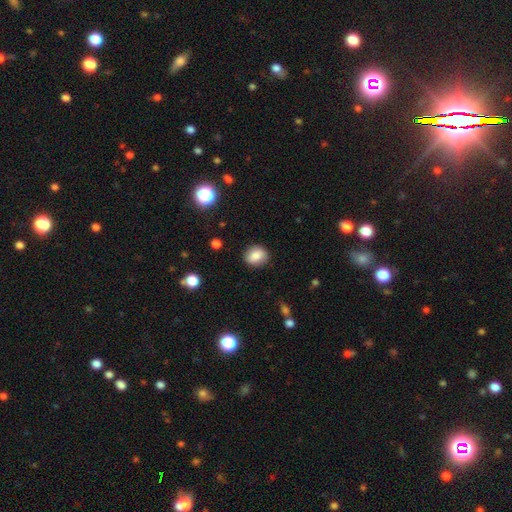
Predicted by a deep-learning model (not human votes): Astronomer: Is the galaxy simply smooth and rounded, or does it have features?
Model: smooth — 82%.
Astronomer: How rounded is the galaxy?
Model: round — 67%.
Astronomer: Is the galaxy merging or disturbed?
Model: none — 86%.